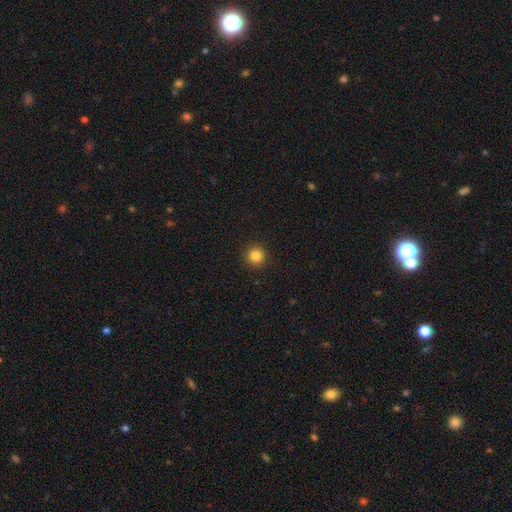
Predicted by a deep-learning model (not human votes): smooth-or-featured: smooth: 84% | star or artifact: 12% | featured or disk: 4%
  how-rounded: round: 95% | in between: 4% | cigar-shaped: 1%
  merging: none: 92% | minor disturbance: 5% | major disturbance: 2% | merger: 1%